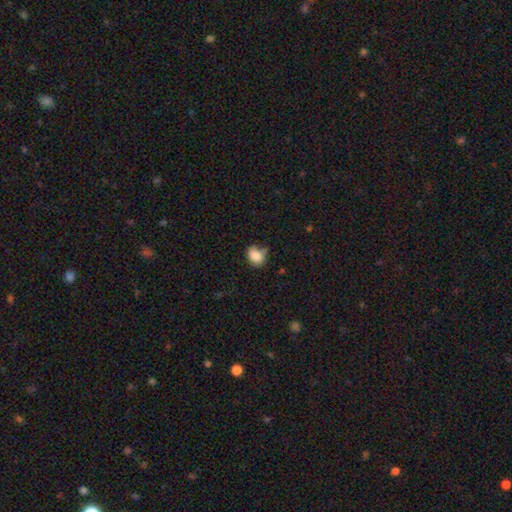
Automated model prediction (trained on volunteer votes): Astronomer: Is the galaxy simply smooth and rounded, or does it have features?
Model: smooth — 84%.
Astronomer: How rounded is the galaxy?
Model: in between — 61% (runner-up: round, 38%).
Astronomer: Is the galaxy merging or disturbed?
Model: none — 54%.